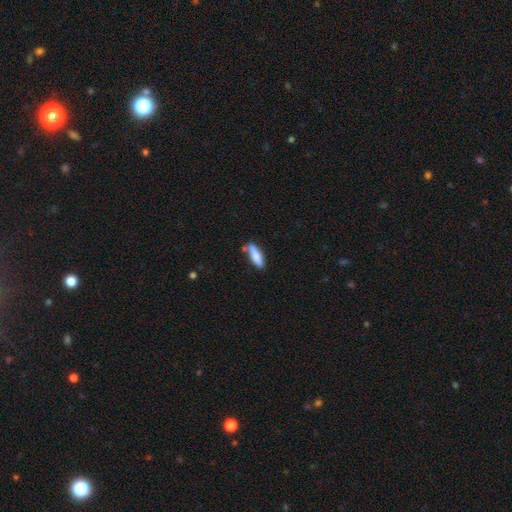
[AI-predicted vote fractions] A smooth galaxy with no disk features (81%) that is cigar-shaped (57%). Merging: none (65%).